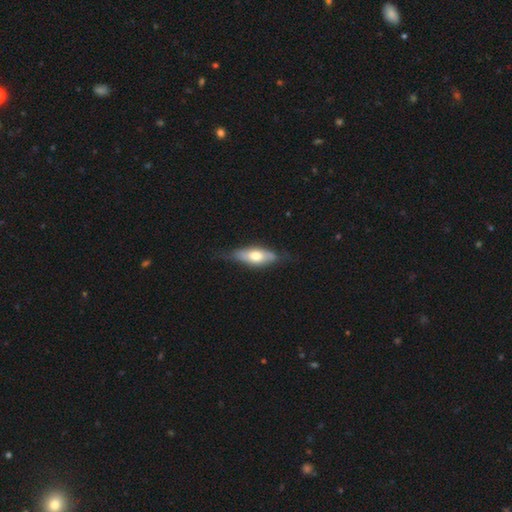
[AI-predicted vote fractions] Smooth or featured?
  - smooth: 55% *
  - featured or disk: 40%
  - star or artifact: 5%
How rounded?
  - in between: 69% *
  - cigar-shaped: 28%
  - round: 3%
Merging?
  - none: 64% *
  - minor disturbance: 28%
  - major disturbance: 7%
  - merger: 2%